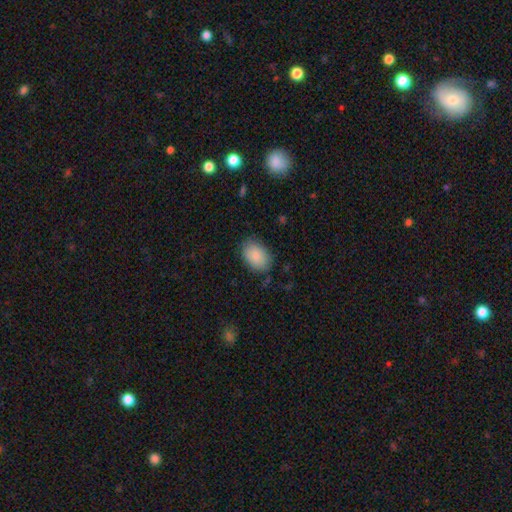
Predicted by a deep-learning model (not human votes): Smooth or featured? Predicted: smooth (p=0.87). How rounded? Predicted: in between (p=0.84). Merging? Predicted: none (p=0.82).